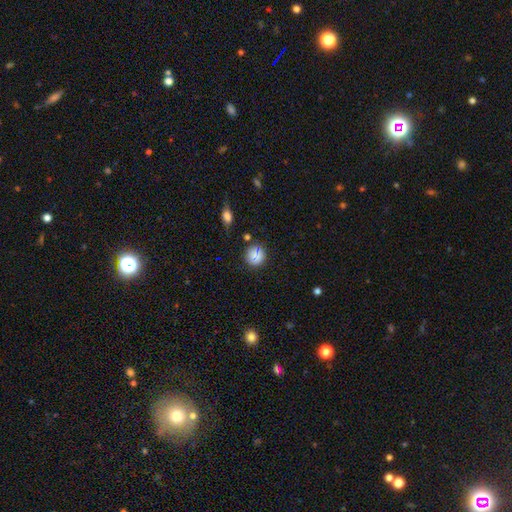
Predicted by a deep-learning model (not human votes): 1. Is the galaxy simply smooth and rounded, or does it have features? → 79% smooth, 12% star or artifact, 9% featured or disk.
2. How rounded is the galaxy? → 86% round, 13% in between, 1% cigar-shaped.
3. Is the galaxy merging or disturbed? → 75% none, 15% minor disturbance, 6% merger, 4% major disturbance.